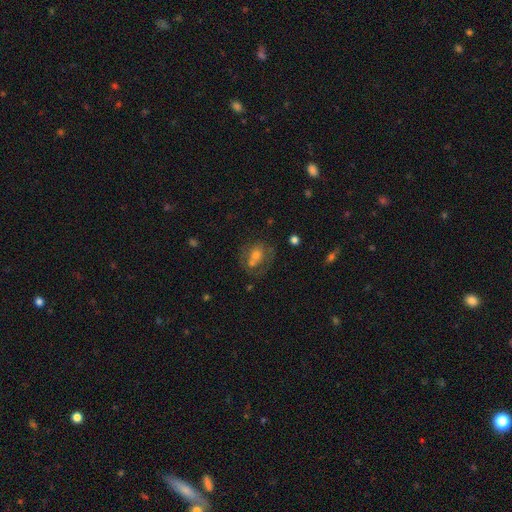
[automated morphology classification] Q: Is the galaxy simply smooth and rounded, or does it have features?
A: featured or disk — 43%.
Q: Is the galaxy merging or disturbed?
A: none — 47%.